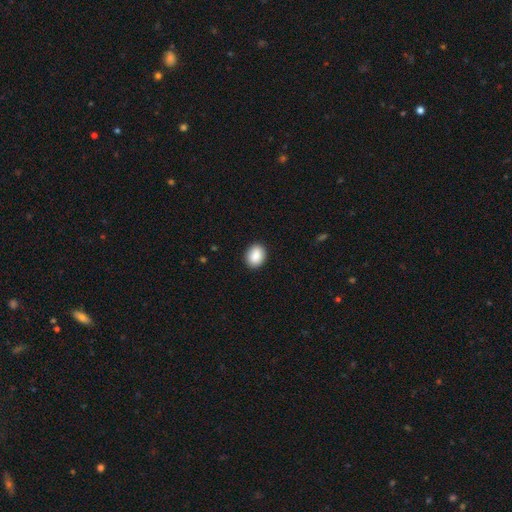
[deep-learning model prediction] Smooth or featured? Predicted: smooth (p=0.88). How rounded? Predicted: in between (p=0.57). Merging? Predicted: none (p=0.89).